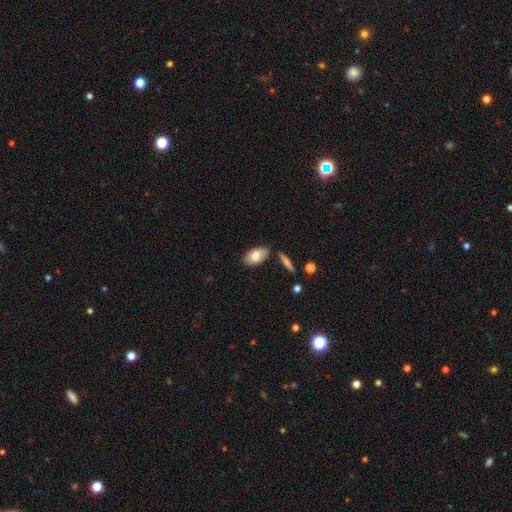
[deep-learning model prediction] Morphology: type=smooth (77%); roundness=in between (92%); merging=none (74%).